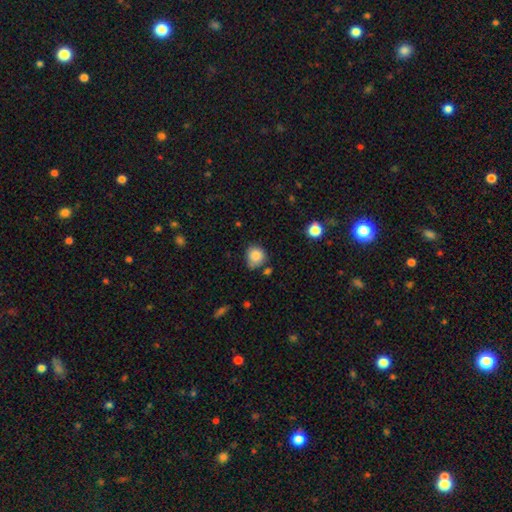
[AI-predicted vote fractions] Smooth or featured? Predicted: smooth (p=0.86). How rounded? Predicted: round (p=0.82). Merging? Predicted: none (p=0.62).